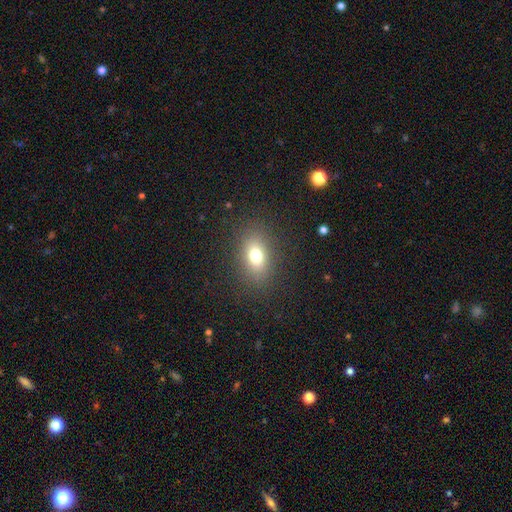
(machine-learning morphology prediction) type=smooth (74%); roundness=in between (75%); merging=none (86%).